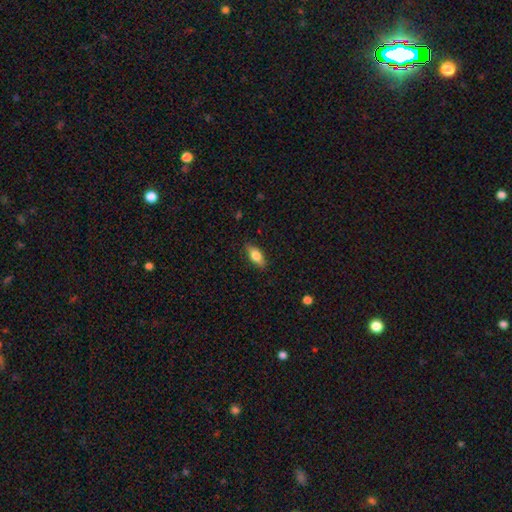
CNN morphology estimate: smooth-or-featured: smooth: 70% | featured or disk: 23% | star or artifact: 7%
  how-rounded: in between: 78% | cigar-shaped: 18% | round: 4%
  merging: none: 85% | minor disturbance: 11% | major disturbance: 2% | merger: 1%